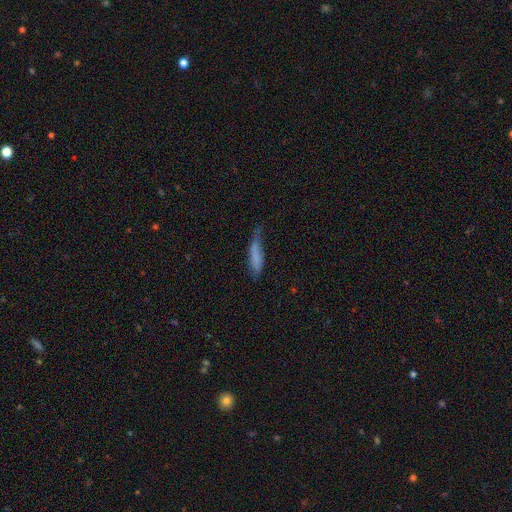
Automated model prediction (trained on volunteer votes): smooth 70%, featured or disk 22%, star or artifact 8%. Down the decision tree: how rounded — cigar-shaped (77%); merging — none (39%).